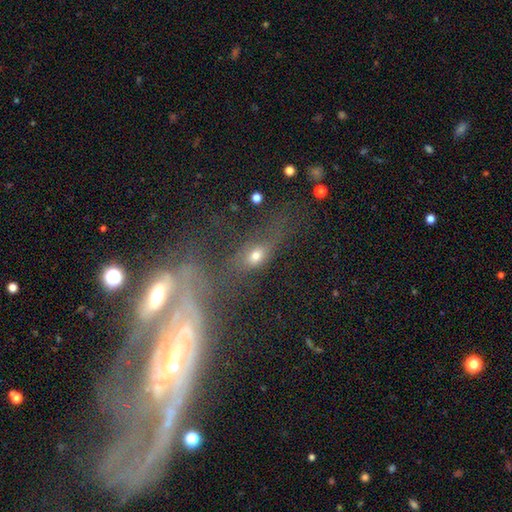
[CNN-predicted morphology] type=smooth (50%); merging=none (38%).